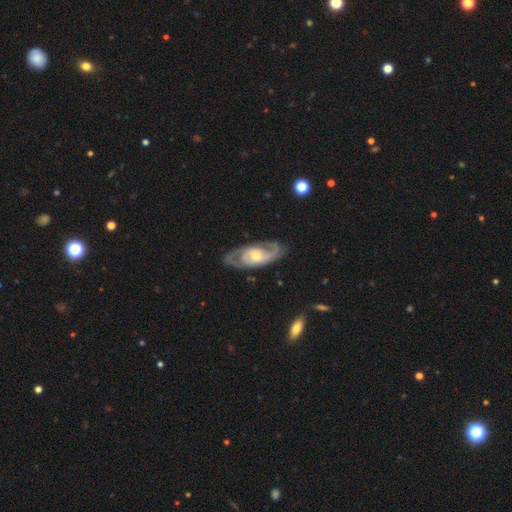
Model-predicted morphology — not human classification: The model was most divided on "spiral winding": medium: 46%, tight: 40%, loose: 14%. More confident: spiral arms — yes (95%); edge-on disk — no (93%); smooth or featured — featured or disk (86%); merging — none (77%); spiral arm count — 2 (74%); bulge size — moderate (59%); bar — no (55%).